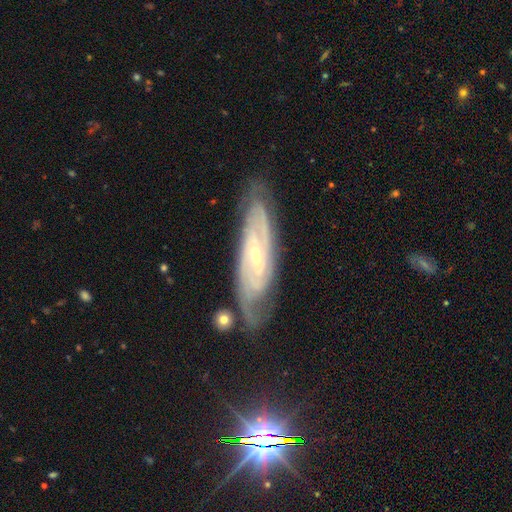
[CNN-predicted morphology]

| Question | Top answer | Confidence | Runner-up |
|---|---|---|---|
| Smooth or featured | featured or disk | 86% | smooth (9%) |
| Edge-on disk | no | 84% | yes (16%) |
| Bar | weak | 45% | strong (28%) |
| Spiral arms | yes | 96% | no (4%) |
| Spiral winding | tight | 64% | medium (30%) |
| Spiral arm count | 2 | 43% | can't tell (28%) |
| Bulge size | small | 67% | moderate (28%) |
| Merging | none | 74% | minor disturbance (18%) |